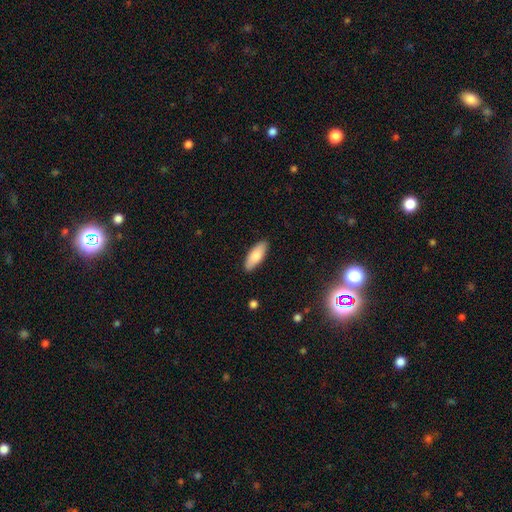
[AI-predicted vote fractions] Q: Smooth or featured?
A: smooth (82%); runner-up: featured or disk (12%)
Q: How rounded?
A: in between (75%); runner-up: cigar-shaped (23%)
Q: Merging?
A: none (88%); runner-up: minor disturbance (9%)